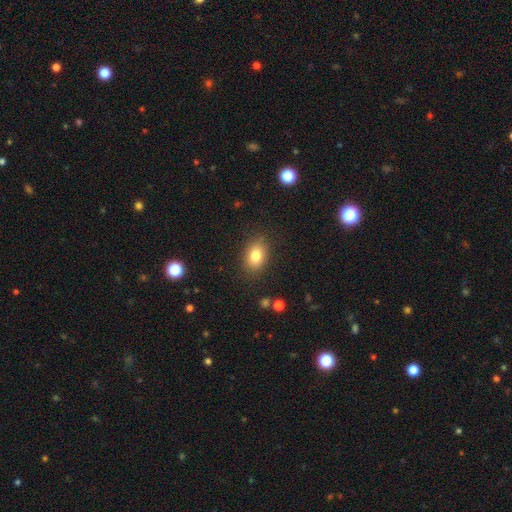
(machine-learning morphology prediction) Overall: smooth (81%). How rounded: in between (75%). Merging: none (84%).